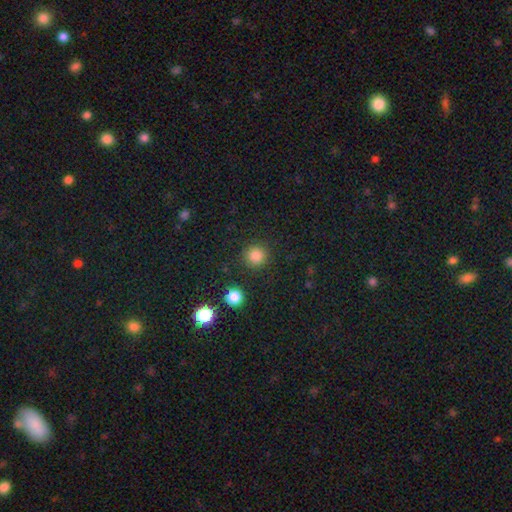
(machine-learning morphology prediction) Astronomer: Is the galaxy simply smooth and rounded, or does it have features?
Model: smooth — 83%.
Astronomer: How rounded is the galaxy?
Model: round — 94%.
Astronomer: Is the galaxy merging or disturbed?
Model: none — 89%.